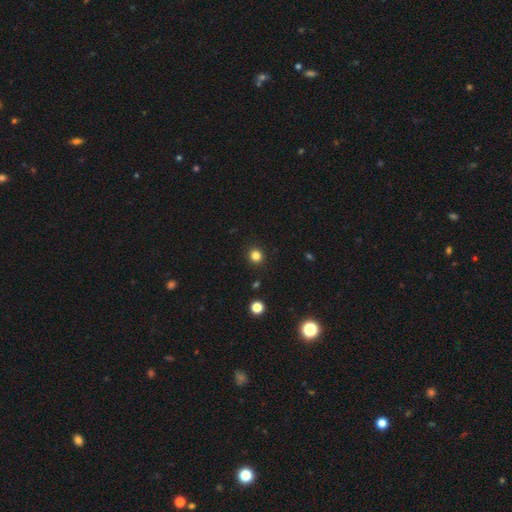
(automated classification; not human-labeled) smooth 83%, star or artifact 13%, featured or disk 4%. Down the decision tree: how rounded — round (88%); merging — none (92%).